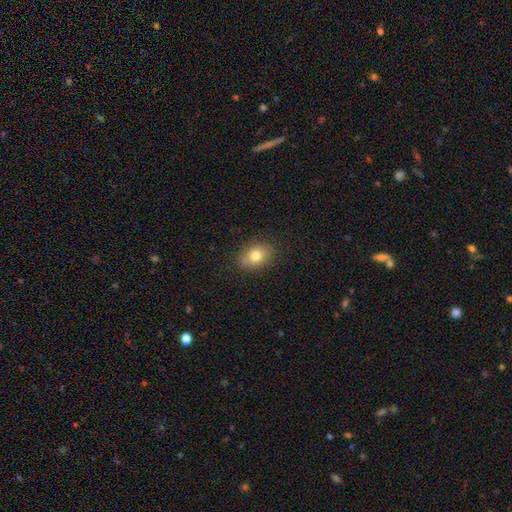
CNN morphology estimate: Smooth or featured? smooth (78%)
How rounded? in between (66%)
Merging? none (79%)